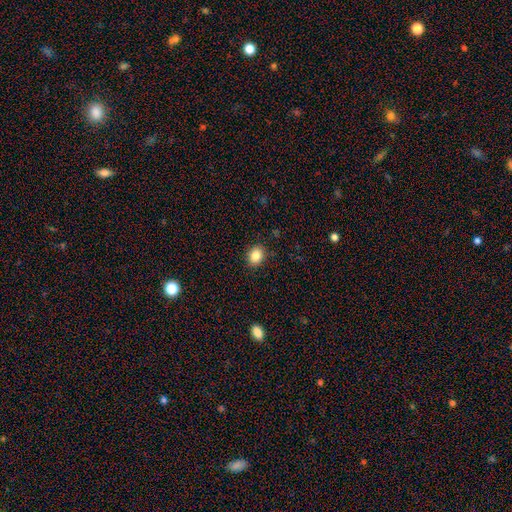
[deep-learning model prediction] Q: Smooth or featured?
A: smooth (85%); runner-up: star or artifact (10%)
Q: How rounded?
A: in between (50%); runner-up: round (49%)
Q: Merging?
A: none (89%); runner-up: minor disturbance (8%)